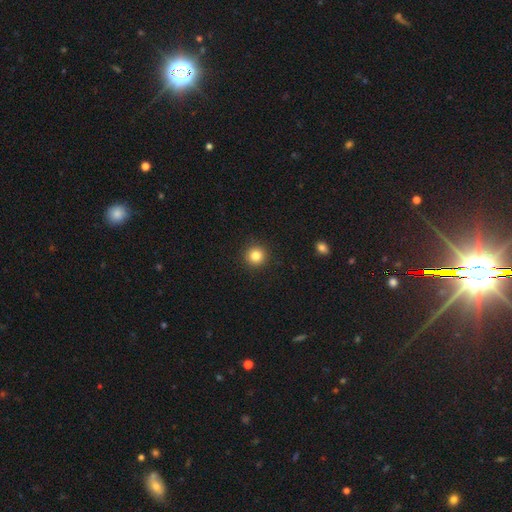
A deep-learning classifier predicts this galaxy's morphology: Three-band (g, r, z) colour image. It shows a smooth galaxy with no disk features (84%) that is round (95%). Merging: none (93%).